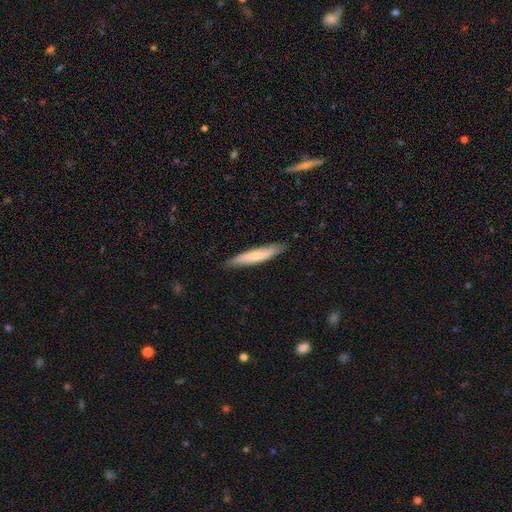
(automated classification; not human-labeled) smooth-or-featured: smooth: 68% | featured or disk: 27% | star or artifact: 5%
  how-rounded: cigar-shaped: 91% | in between: 8% | round: 1%
  merging: none: 86% | minor disturbance: 11% | major disturbance: 2% | merger: 1%